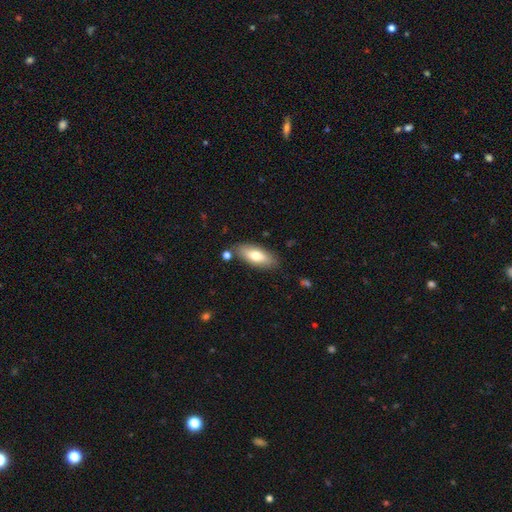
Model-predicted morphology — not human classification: Smooth or featured? smooth (69%)
How rounded? in between (76%)
Merging? none (82%)